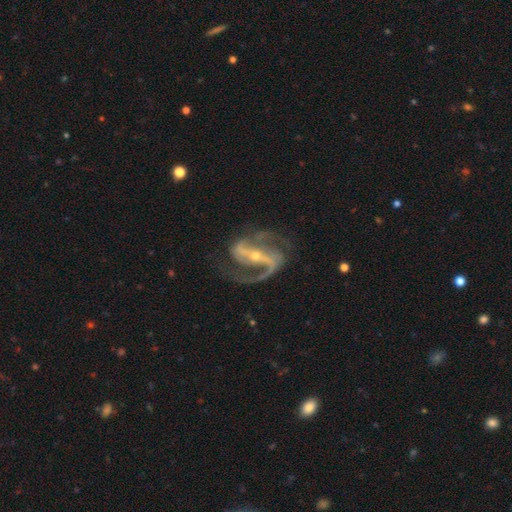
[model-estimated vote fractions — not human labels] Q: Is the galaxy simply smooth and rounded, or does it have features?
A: featured or disk — 92%.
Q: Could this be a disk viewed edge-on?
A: no — 96%.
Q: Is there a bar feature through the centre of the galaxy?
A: strong — 69%.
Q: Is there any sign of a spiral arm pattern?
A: yes — 98%.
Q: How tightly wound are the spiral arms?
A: medium — 55%.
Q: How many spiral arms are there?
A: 2 — 87%.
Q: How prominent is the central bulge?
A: small — 66%.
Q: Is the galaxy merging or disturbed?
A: none — 70%.